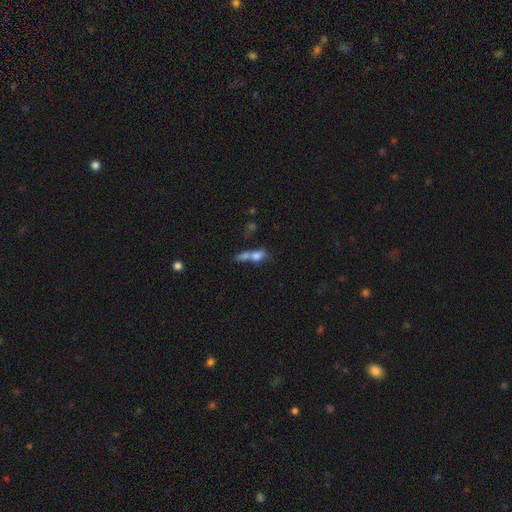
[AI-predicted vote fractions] A smooth galaxy with no disk features (72%) that is in between round and cigar-shaped (61%).

Vote fractions:
- Smooth or featured? smooth: 72% / featured or disk: 17% / star or artifact: 11%
- How rounded? in between: 61% / round: 23% / cigar-shaped: 16%
- Merging? merger: 62% / none: 21% / minor disturbance: 9% / major disturbance: 8%